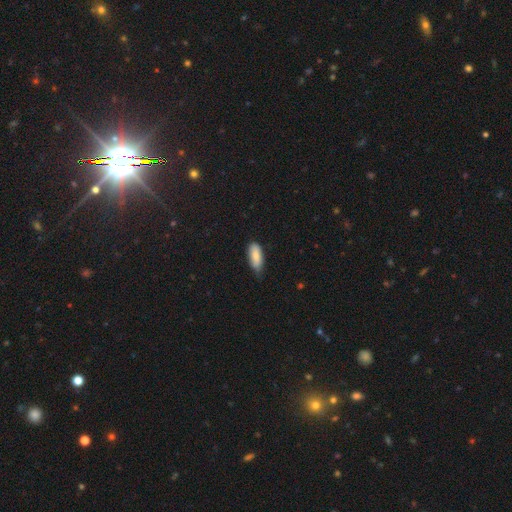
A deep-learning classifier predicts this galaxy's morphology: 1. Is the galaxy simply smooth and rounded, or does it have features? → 85% smooth, 8% featured or disk, 6% star or artifact.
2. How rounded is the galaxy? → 81% in between, 17% cigar-shaped, 2% round.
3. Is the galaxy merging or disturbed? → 57% none, 36% minor disturbance, 5% major disturbance, 1% merger.